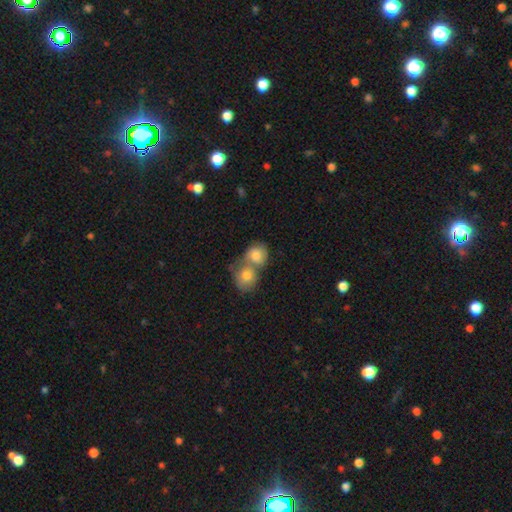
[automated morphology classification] smooth 74%, featured or disk 18%, star or artifact 8%. Down the decision tree: how rounded — round (69%); merging — merger (70%).